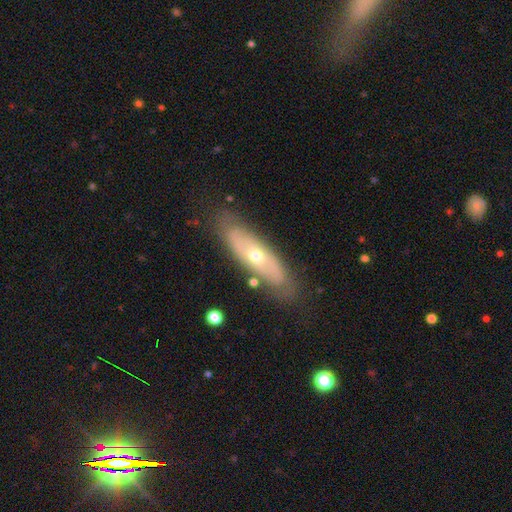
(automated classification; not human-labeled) featured or disk 61%, smooth 33%, star or artifact 6%. Down the decision tree: edge-on disk — no (71%); merging — none (78%).